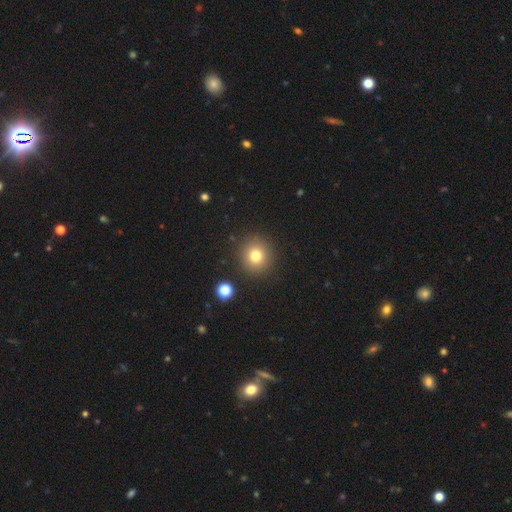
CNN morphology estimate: Smooth or featured? Predicted: smooth (p=0.77). How rounded? Predicted: round (p=0.92). Merging? Predicted: none (p=0.89).